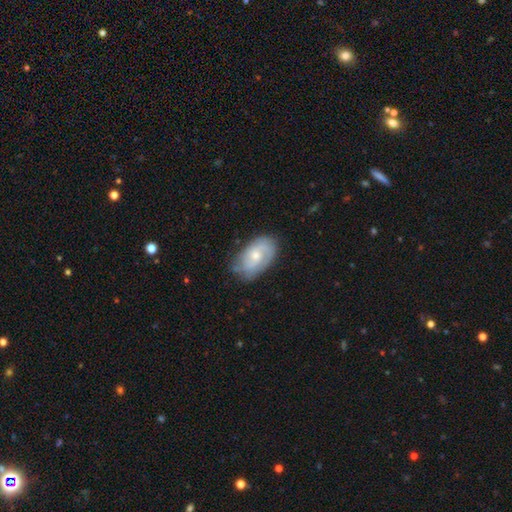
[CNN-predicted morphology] featured or disk 65%, smooth 29%, star or artifact 6%. Down the decision tree: edge-on disk — no (96%); bar — no (66%); spiral arms — yes (88%); spiral arm count — 2 (52%); spiral winding — tight (45%); bulge size — small (51%); merging — none (71%).